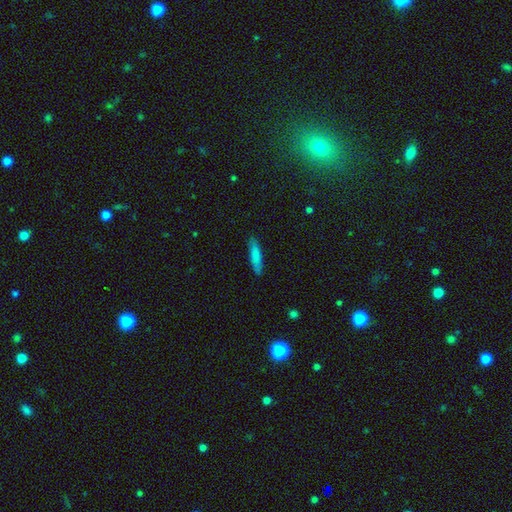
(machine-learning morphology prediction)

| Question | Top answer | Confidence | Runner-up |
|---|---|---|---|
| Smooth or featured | smooth | 81% | featured or disk (13%) |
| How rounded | cigar-shaped | 85% | in between (14%) |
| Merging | none | 87% | minor disturbance (10%) |